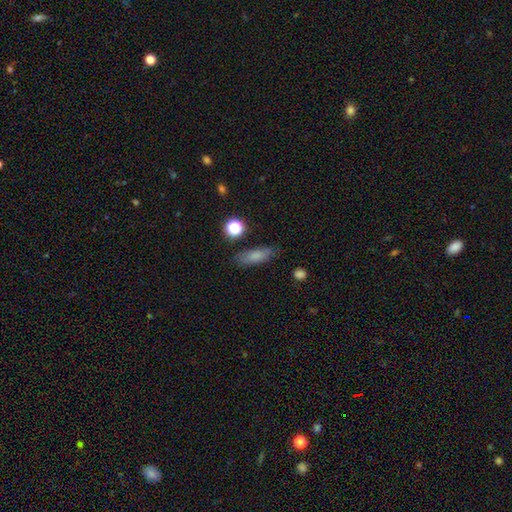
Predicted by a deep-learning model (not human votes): This is likely a smooth galaxy (76%). How rounded: possibly in between (55%). Merging: likely none (77%).